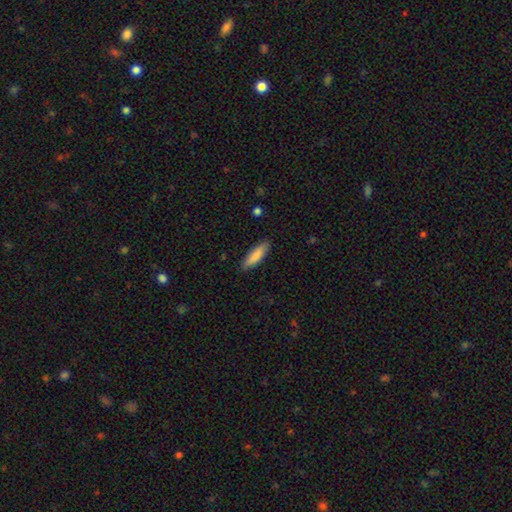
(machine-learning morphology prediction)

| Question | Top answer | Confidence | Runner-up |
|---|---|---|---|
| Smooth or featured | smooth | 83% | featured or disk (11%) |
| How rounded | cigar-shaped | 65% | in between (33%) |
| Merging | none | 88% | minor disturbance (9%) |